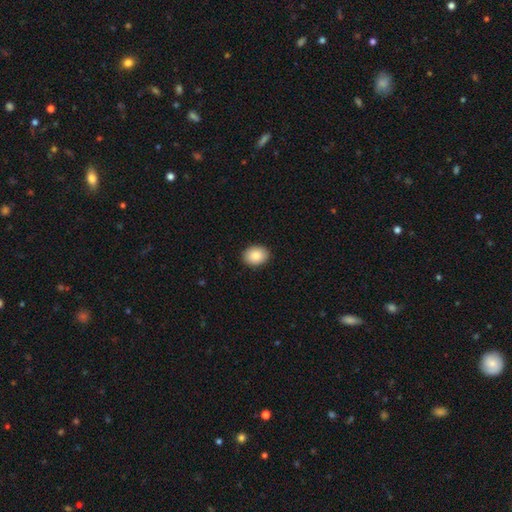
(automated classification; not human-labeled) A smooth galaxy with no disk features (88%) that is in between round and cigar-shaped (60%).

Vote fractions:
- Smooth or featured? smooth: 88% / star or artifact: 7% / featured or disk: 5%
- How rounded? in between: 60% / round: 39% / cigar-shaped: 1%
- Merging? none: 90% / minor disturbance: 7% / major disturbance: 2% / merger: 1%